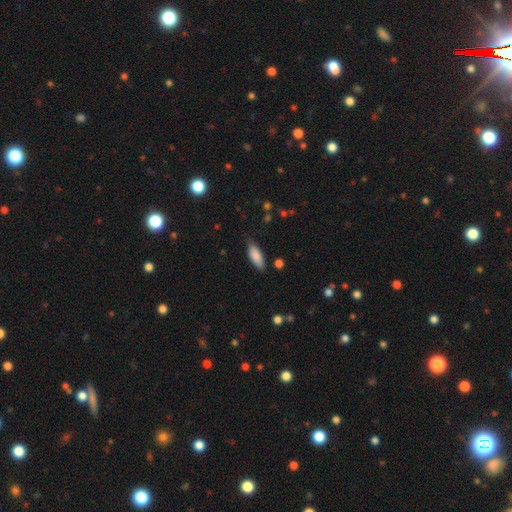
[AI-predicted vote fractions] This appears to be a smooth galaxy with no disk features (85%) that is in between round and cigar-shaped (72%). Merging: none (76%).